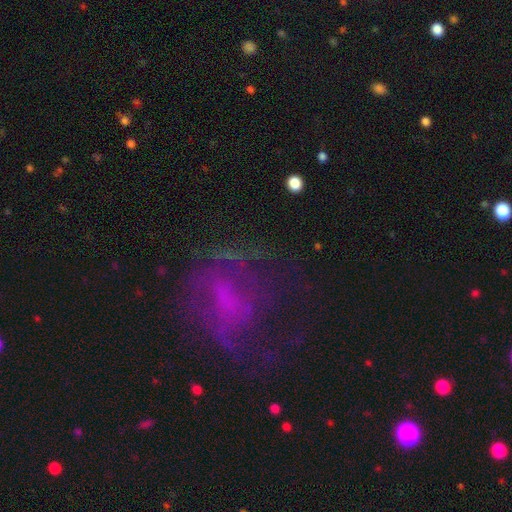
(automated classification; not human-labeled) Overall: featured or disk (51%; smooth 25%). Edge-on disk: no (96%). Merging: none (48%; major disturbance 31%).